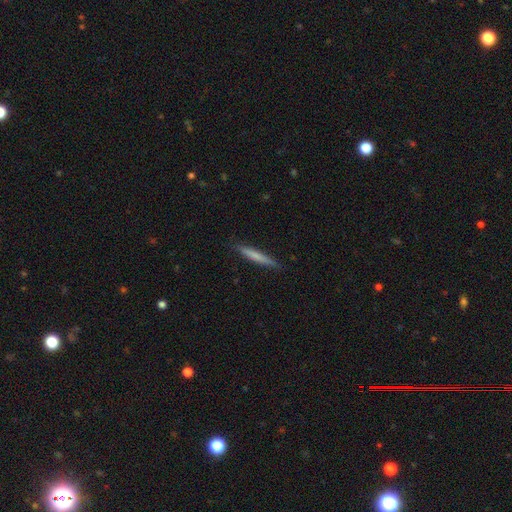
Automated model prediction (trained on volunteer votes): Smooth or featured? Predicted: smooth (p=0.67). How rounded? Predicted: cigar-shaped (p=0.96). Merging? Predicted: none (p=0.87).